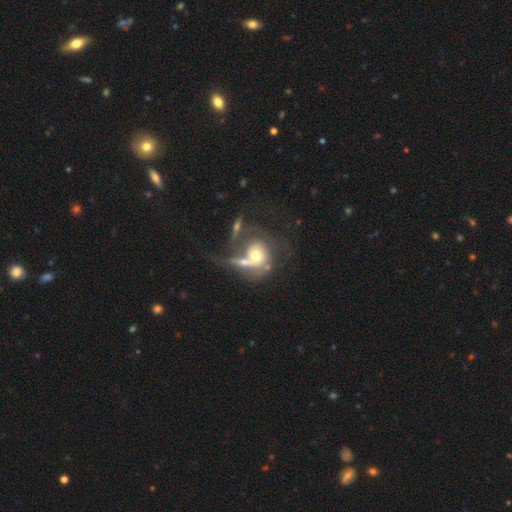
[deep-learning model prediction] smooth_or_featured: featured or disk (p=0.47) [alt: smooth p=0.45]
merging: merger (p=0.42) [alt: none p=0.25]